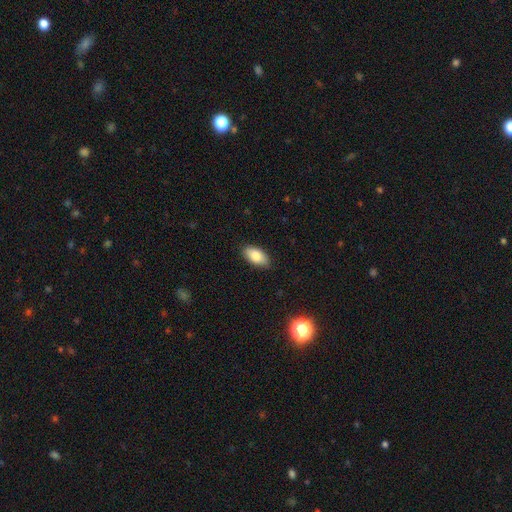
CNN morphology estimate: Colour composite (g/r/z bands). It shows a smooth galaxy with no disk features (83%) that is in between round and cigar-shaped (92%). Merging: none (85%).